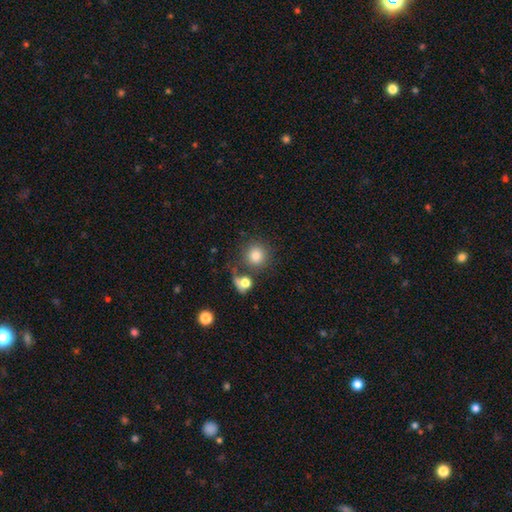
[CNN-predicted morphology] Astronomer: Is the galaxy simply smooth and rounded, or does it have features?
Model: smooth — 82%.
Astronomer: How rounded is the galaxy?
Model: round — 90%.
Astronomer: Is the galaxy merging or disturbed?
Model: none — 69%.